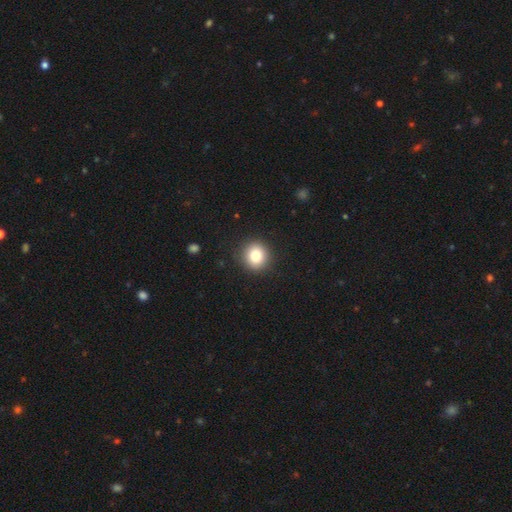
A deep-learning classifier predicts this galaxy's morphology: A smooth galaxy with no disk features (81%) that is round (91%).

Vote fractions:
- Smooth or featured? smooth: 81% / star or artifact: 11% / featured or disk: 8%
- How rounded? round: 91% / in between: 8% / cigar-shaped: 1%
- Merging? none: 91% / minor disturbance: 6% / major disturbance: 2% / merger: 1%